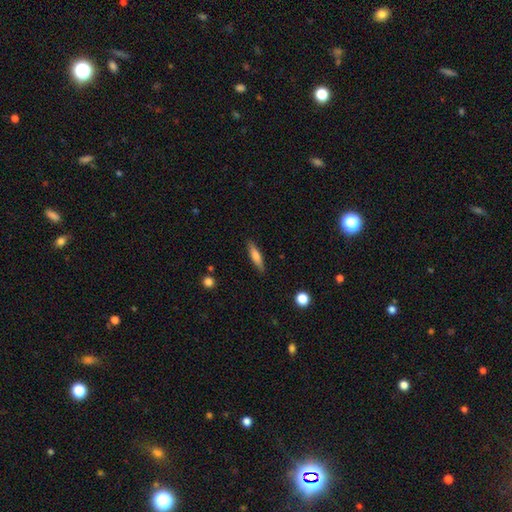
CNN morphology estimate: type=smooth (66%); roundness=cigar-shaped (77%); merging=none (88%).